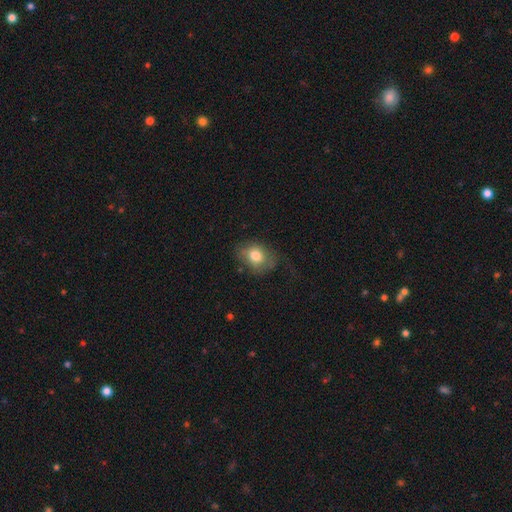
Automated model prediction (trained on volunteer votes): The model was most divided on "how rounded": in between: 57%, round: 42%, cigar-shaped: 1%. More confident: smooth or featured — smooth (77%); merging — none (56%).